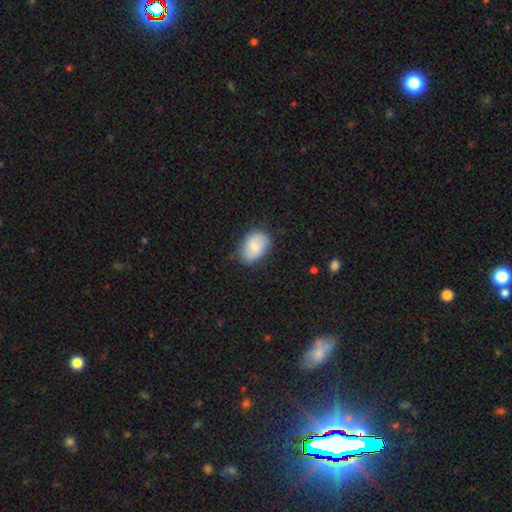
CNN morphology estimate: type=smooth (70%); roundness=in between (82%); merging=none (75%).